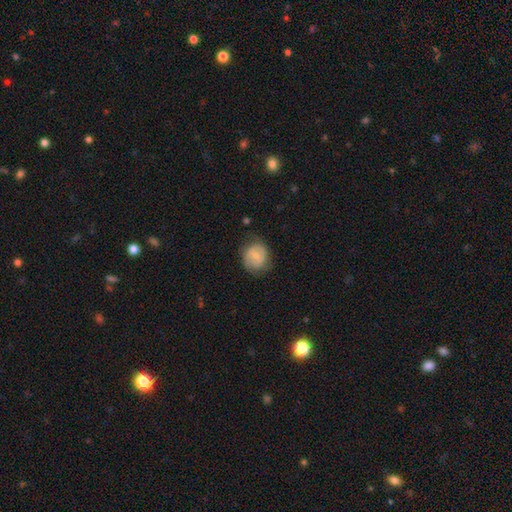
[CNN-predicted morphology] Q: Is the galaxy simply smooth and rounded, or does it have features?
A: smooth — 54%.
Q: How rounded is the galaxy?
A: round — 70%.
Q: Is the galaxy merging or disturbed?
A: none — 63%.